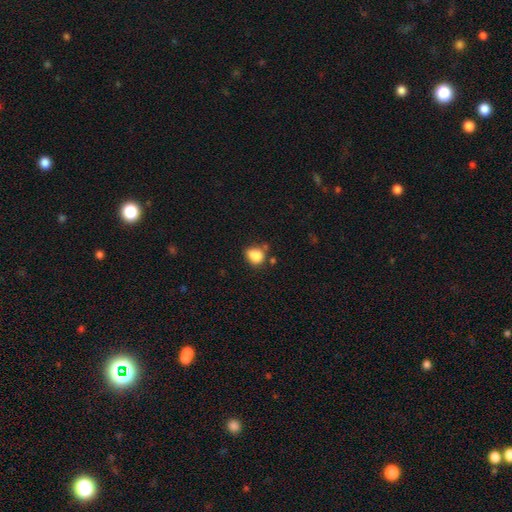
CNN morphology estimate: Smooth or featured: smooth — 85% (star or artifact — 10%)
How rounded: in between — 51% (round — 48%)
Merging: none — 53% (minor disturbance — 28%)